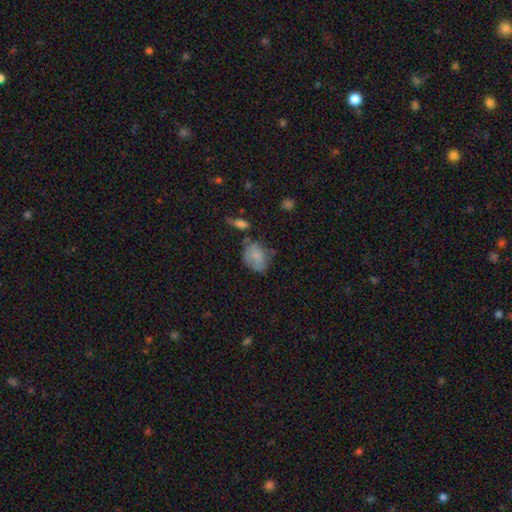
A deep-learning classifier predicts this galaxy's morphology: smooth-or-featured: smooth: 70% | featured or disk: 21% | star or artifact: 9%
  how-rounded: in between: 62% | round: 37% | cigar-shaped: 1%
  merging: none: 46% | minor disturbance: 32% | major disturbance: 13% | merger: 8%